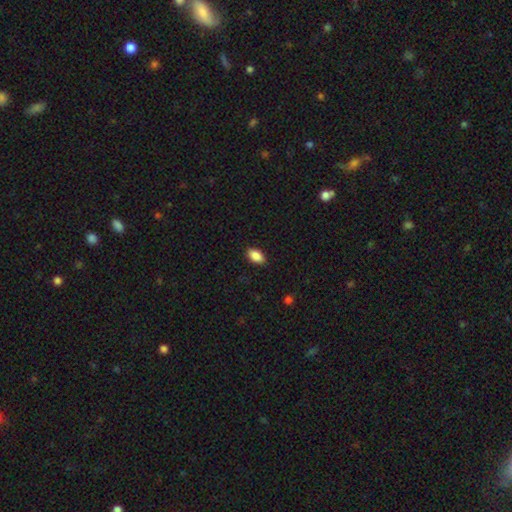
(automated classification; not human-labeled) This is clearly a smooth galaxy (89%). How rounded: clearly in between (92%). Merging: clearly none (88%).